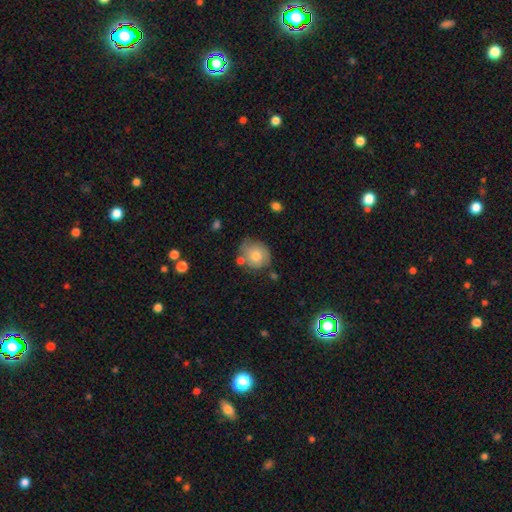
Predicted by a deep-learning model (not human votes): Smooth or featured?
  - smooth: 71% *
  - featured or disk: 20%
  - star or artifact: 8%
How rounded?
  - round: 80% *
  - in between: 19%
  - cigar-shaped: 1%
Merging?
  - none: 62% *
  - minor disturbance: 23%
  - merger: 9%
  - major disturbance: 6%